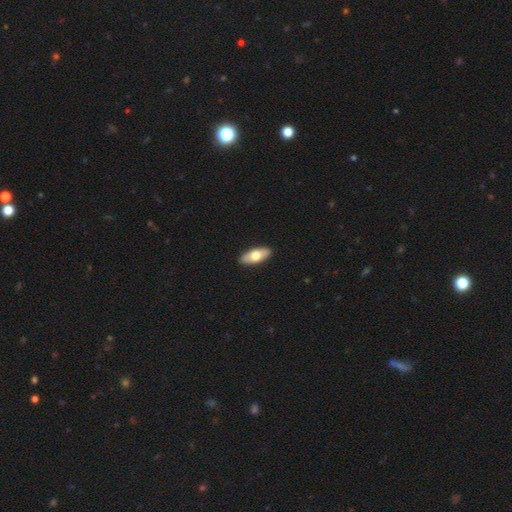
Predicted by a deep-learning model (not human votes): Smooth or featured: smooth — 65% (featured or disk — 30%)
How rounded: in between — 80% (cigar-shaped — 17%)
Merging: none — 91% (minor disturbance — 7%)